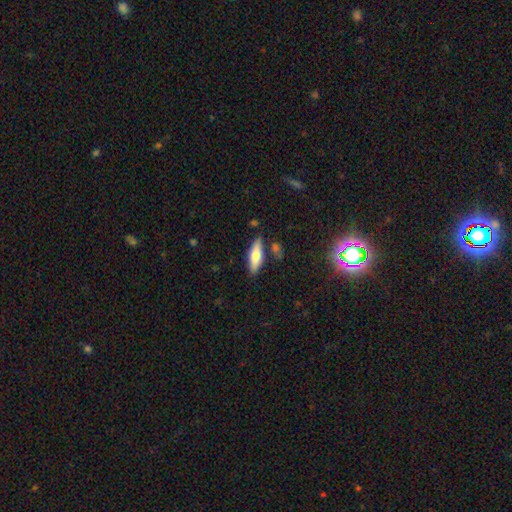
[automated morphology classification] This is likely a smooth galaxy (63%). How rounded: possibly in between (53%). Merging: clearly none (80%).